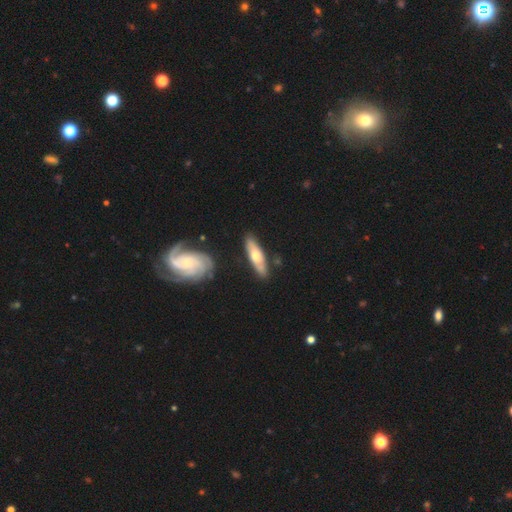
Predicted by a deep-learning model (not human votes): smooth_or_featured: featured or disk (p=0.48) [alt: smooth p=0.47]
merging: none (p=0.82) [alt: minor disturbance p=0.12]